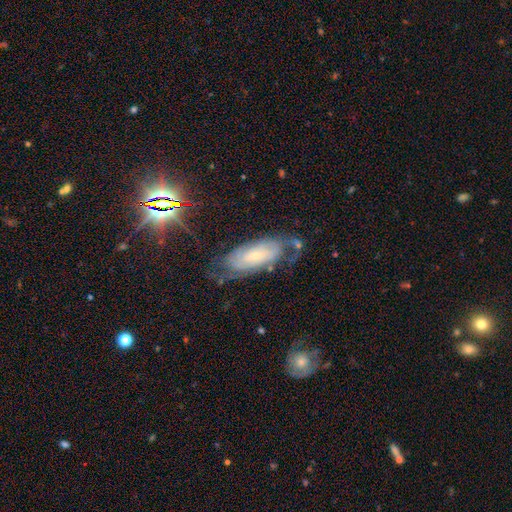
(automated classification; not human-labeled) smooth_or_featured: featured or disk (p=0.68) [alt: smooth p=0.22]
disk_edge_on: no (p=0.90) [alt: yes p=0.10]
bar: no (p=0.64) [alt: weak p=0.27]
has_spiral_arms: yes (p=0.88) [alt: no p=0.12]
spiral_winding: tight (p=0.60) [alt: medium p=0.30]
spiral_arm_count: can't tell (p=0.45) [alt: 2 p=0.38]
bulge_size: small (p=0.74) [alt: moderate p=0.18]
merging: none (p=0.57) [alt: minor disturbance p=0.24]